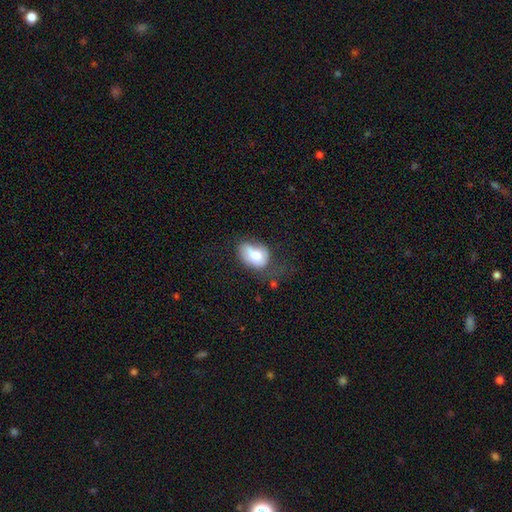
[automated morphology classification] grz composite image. It shows a smooth galaxy with no disk features (69%) that is in between round and cigar-shaped (75%). Merging: minor disturbance (34%).